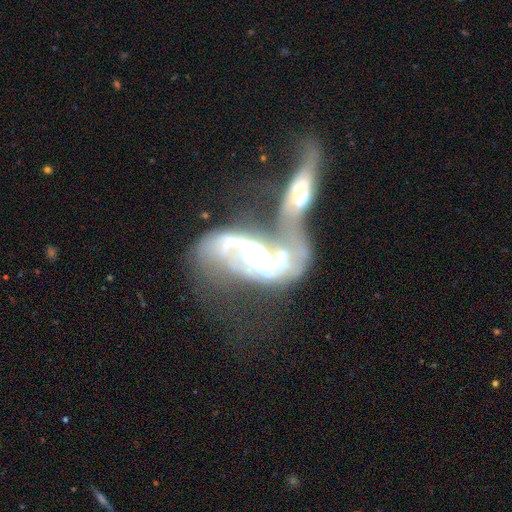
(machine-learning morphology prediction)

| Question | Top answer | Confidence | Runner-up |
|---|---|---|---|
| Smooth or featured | featured or disk | 83% | smooth (10%) |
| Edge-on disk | no | 93% | yes (7%) |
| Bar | no | 56% | weak (30%) |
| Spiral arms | yes | 85% | no (15%) |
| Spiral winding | loose | 46% | medium (35%) |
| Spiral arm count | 2 | 68% | can't tell (18%) |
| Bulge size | moderate | 51% | small (26%) |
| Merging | merger | 77% | major disturbance (13%) |